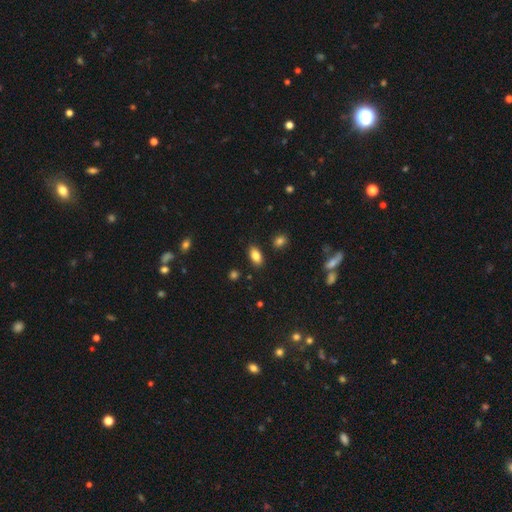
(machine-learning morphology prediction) Smooth or featured?
  - smooth: 84% *
  - star or artifact: 9%
  - featured or disk: 7%
How rounded?
  - in between: 90% *
  - round: 7%
  - cigar-shaped: 3%
Merging?
  - none: 86% *
  - minor disturbance: 9%
  - merger: 2%
  - major disturbance: 2%